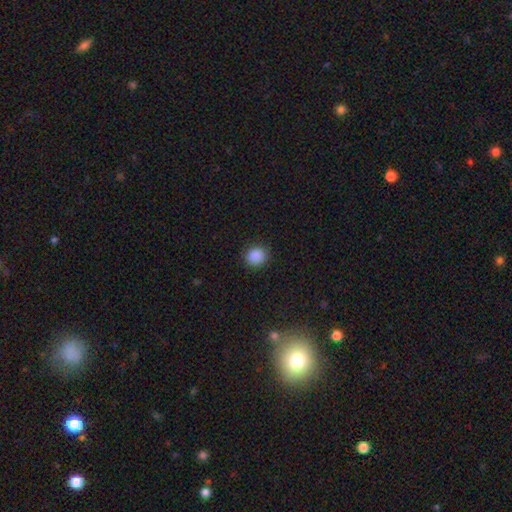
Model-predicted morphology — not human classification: type=smooth (88%); roundness=round (83%); merging=none (88%).